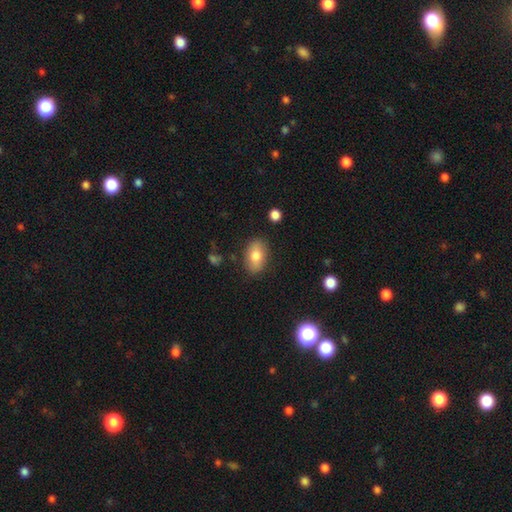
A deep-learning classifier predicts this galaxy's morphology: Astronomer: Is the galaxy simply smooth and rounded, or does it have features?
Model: smooth — 77%.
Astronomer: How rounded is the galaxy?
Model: in between — 88%.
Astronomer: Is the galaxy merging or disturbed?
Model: none — 84%.